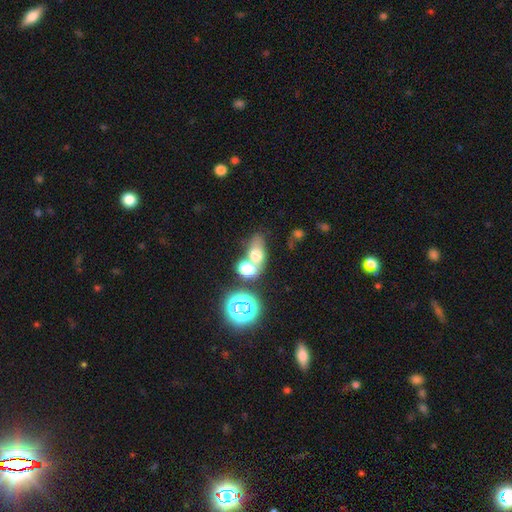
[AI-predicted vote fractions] Overall: smooth (64%). How rounded: in between (62%; round 35%). Merging: merger (48%; none 36%).